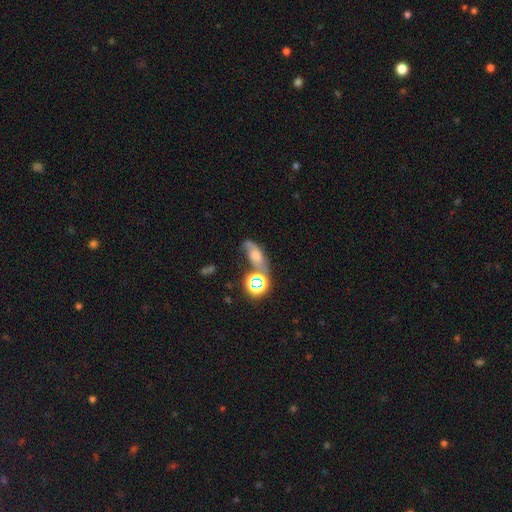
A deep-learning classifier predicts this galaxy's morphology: featured or disk 35%, smooth 34%, star or artifact 30%. Down the decision tree: merging — none (40%).